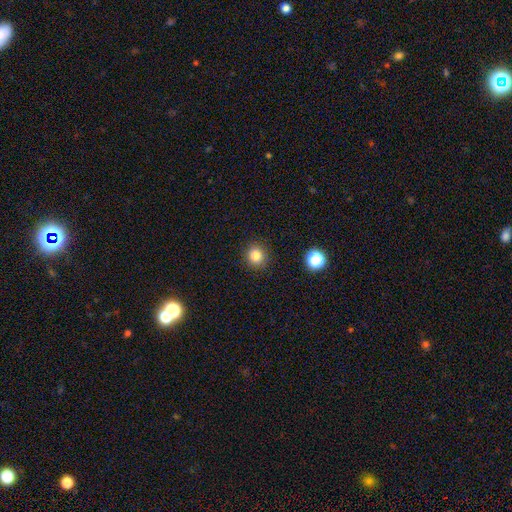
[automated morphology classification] Overall: smooth (82%). How rounded: round (90%). Merging: none (91%).